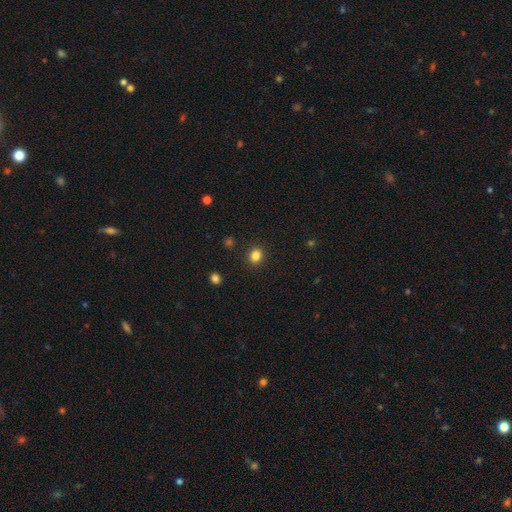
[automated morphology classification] Smooth or featured?
  - smooth: 84% *
  - star or artifact: 12%
  - featured or disk: 4%
How rounded?
  - round: 77% *
  - in between: 22%
  - cigar-shaped: 1%
Merging?
  - none: 90% *
  - minor disturbance: 6%
  - major disturbance: 2%
  - merger: 1%